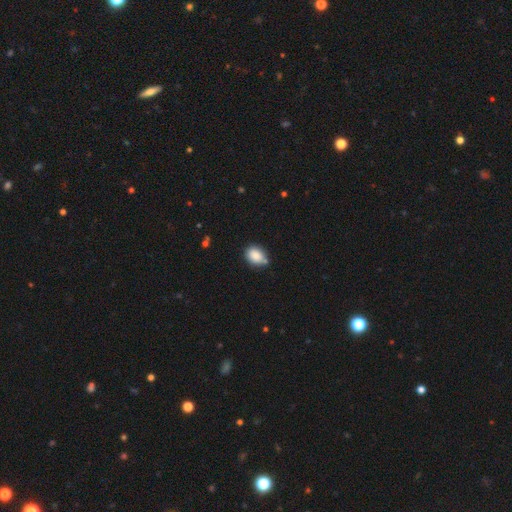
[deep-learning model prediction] A smooth galaxy with no disk features (86%) that is in between round and cigar-shaped (68%).

Vote fractions:
- Smooth or featured? smooth: 86% / star or artifact: 8% / featured or disk: 5%
- How rounded? in between: 68% / round: 31% / cigar-shaped: 1%
- Merging? none: 66% / minor disturbance: 22% / merger: 8% / major disturbance: 4%